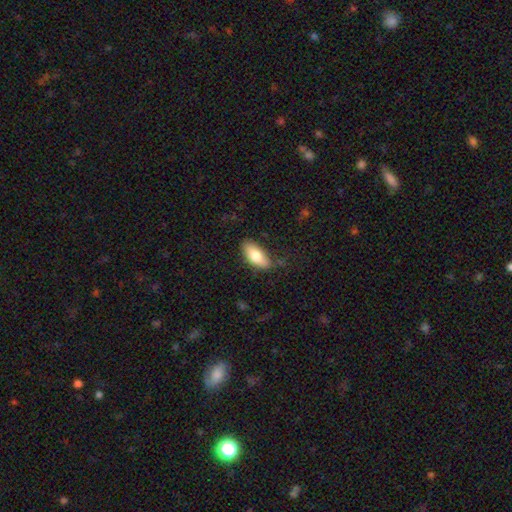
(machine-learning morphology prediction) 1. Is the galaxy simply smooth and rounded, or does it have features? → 77% smooth, 17% featured or disk, 6% star or artifact.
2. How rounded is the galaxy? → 86% in between, 12% cigar-shaped, 2% round.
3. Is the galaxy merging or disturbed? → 73% none, 20% minor disturbance, 5% major disturbance, 2% merger.